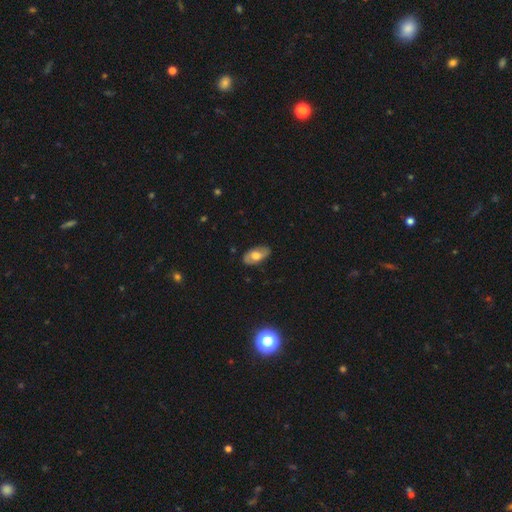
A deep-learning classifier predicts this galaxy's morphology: The model was most divided on "smooth or featured": smooth: 55%, featured or disk: 38%, star or artifact: 7%. More confident: how rounded — in between (92%); merging — none (82%).